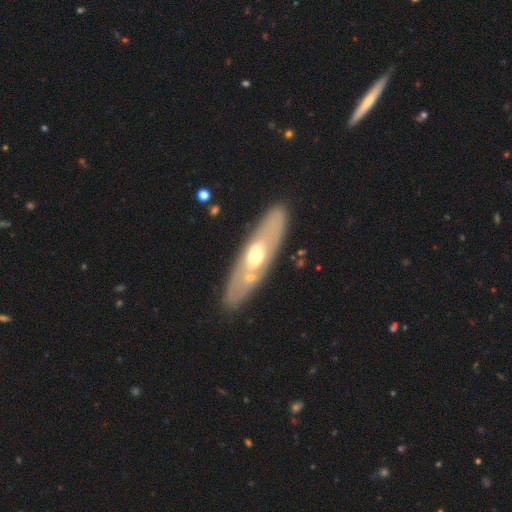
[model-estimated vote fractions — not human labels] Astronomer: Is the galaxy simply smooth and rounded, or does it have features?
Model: featured or disk — 58% (runner-up: smooth, 36%).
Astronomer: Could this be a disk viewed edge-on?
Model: no — 66%.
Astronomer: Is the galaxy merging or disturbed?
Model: none — 80%.